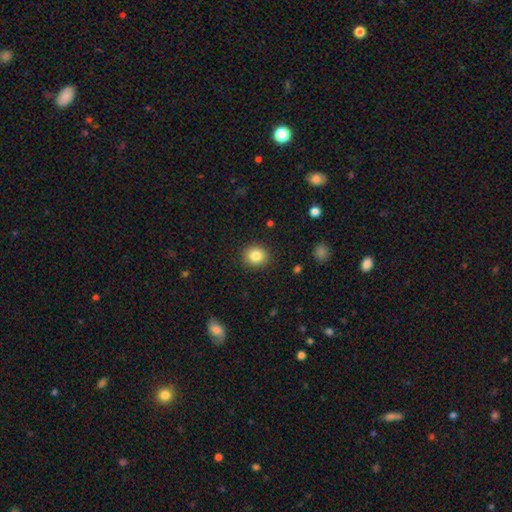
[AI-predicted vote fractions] Smooth or featured?
  - smooth: 84% *
  - star or artifact: 9%
  - featured or disk: 6%
How rounded?
  - round: 79% *
  - in between: 20%
  - cigar-shaped: 1%
Merging?
  - none: 90% *
  - minor disturbance: 6%
  - major disturbance: 2%
  - merger: 1%